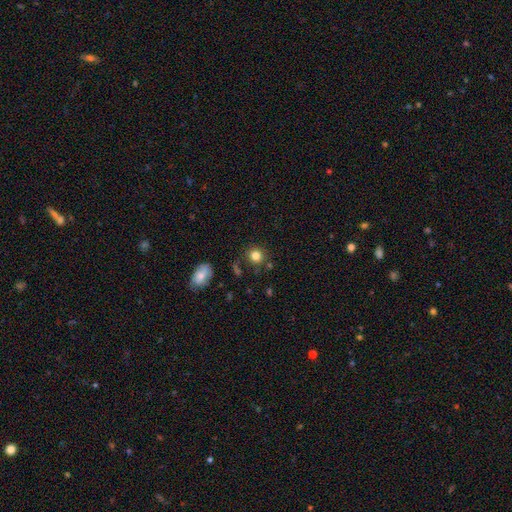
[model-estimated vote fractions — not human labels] Smooth or featured? smooth (82%)
How rounded? round (87%)
Merging? none (81%)